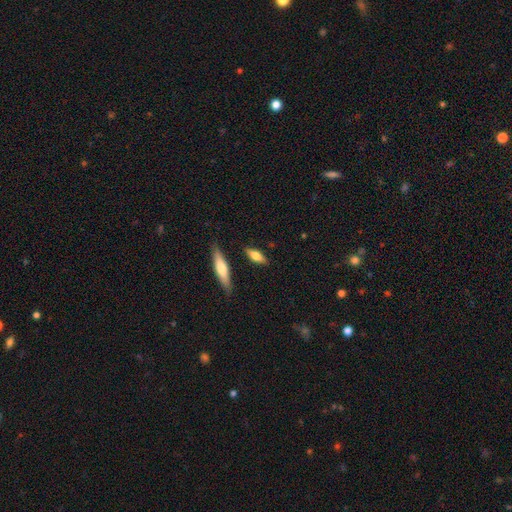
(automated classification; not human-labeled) Smooth or featured: smooth — 61% (featured or disk — 33%)
How rounded: in between — 53% (cigar-shaped — 44%)
Merging: none — 83% (minor disturbance — 11%)